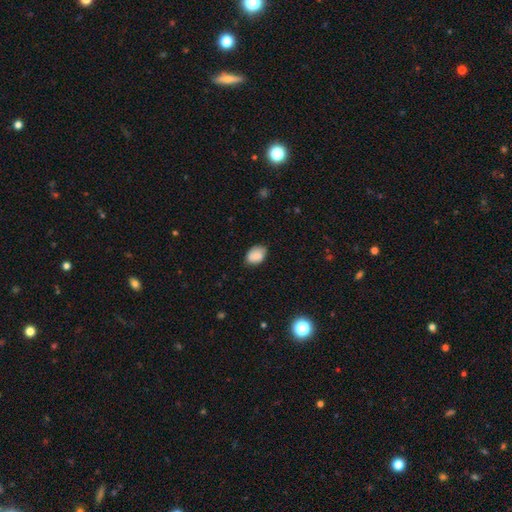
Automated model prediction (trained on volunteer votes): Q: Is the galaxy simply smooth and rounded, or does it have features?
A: smooth — 84%.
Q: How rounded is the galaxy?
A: in between — 81%.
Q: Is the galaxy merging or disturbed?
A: none — 76%.